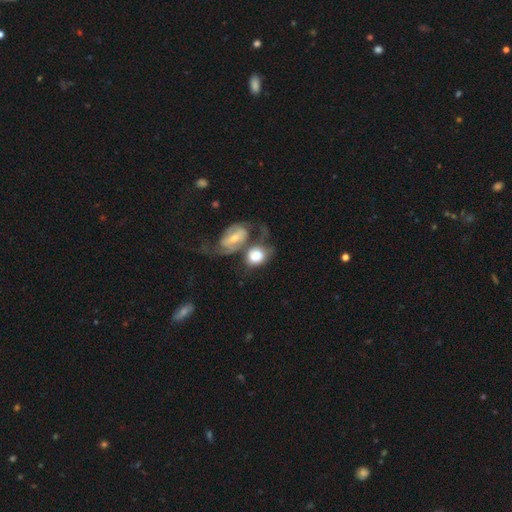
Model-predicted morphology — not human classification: Overall: smooth (55%; featured or disk 38%). How rounded: round (50%; in between 48%). Merging: merger (49%; none 23%).